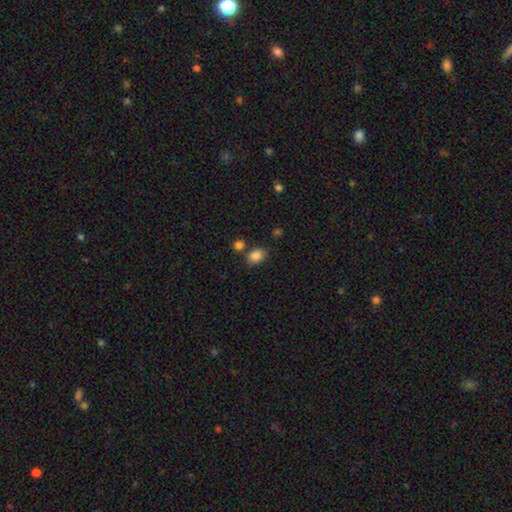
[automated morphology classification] Overall: smooth (85%). How rounded: in between (72%). Merging: none (72%).